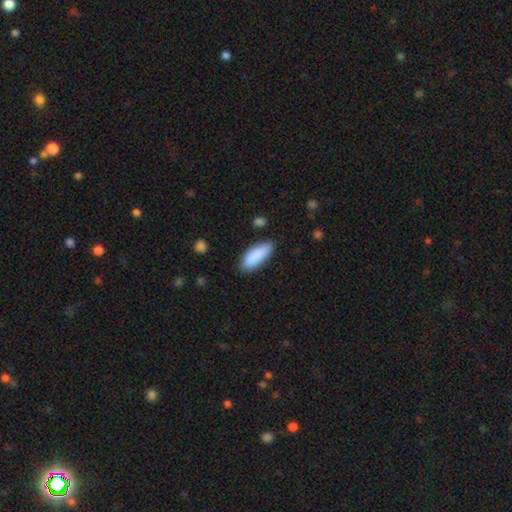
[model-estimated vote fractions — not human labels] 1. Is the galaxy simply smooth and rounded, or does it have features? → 88% smooth, 6% star or artifact, 6% featured or disk.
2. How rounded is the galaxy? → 74% in between, 24% cigar-shaped, 2% round.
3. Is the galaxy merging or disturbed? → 80% none, 15% minor disturbance, 3% major disturbance, 2% merger.